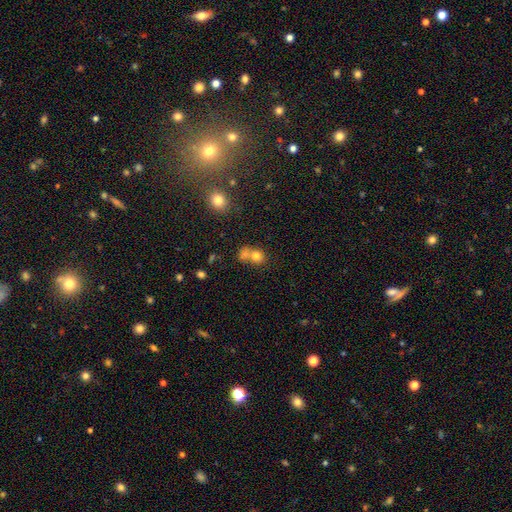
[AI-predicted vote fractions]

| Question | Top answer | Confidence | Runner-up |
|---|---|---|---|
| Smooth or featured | smooth | 75% | star or artifact (13%) |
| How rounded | round | 72% | in between (27%) |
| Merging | merger | 54% | none (33%) |